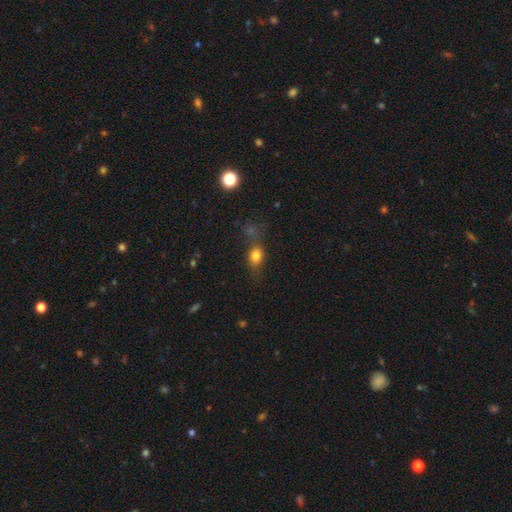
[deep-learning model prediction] Q: Smooth or featured?
A: smooth (77%); runner-up: star or artifact (13%)
Q: How rounded?
A: in between (59%); runner-up: round (36%)
Q: Merging?
A: none (58%); runner-up: minor disturbance (19%)